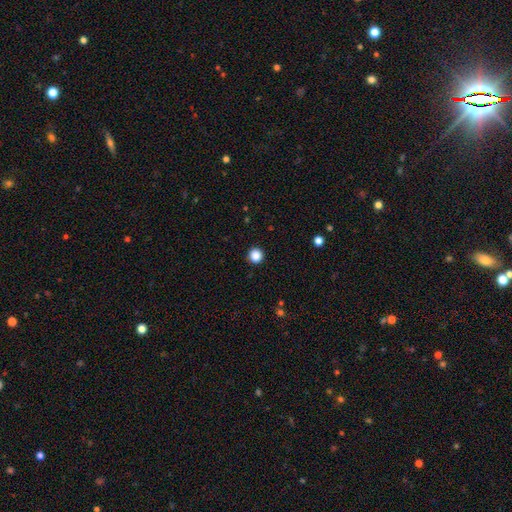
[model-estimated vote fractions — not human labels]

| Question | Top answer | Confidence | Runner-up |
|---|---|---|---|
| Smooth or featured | smooth | 86% | star or artifact (11%) |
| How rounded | round | 96% | in between (3%) |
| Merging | none | 93% | minor disturbance (4%) |